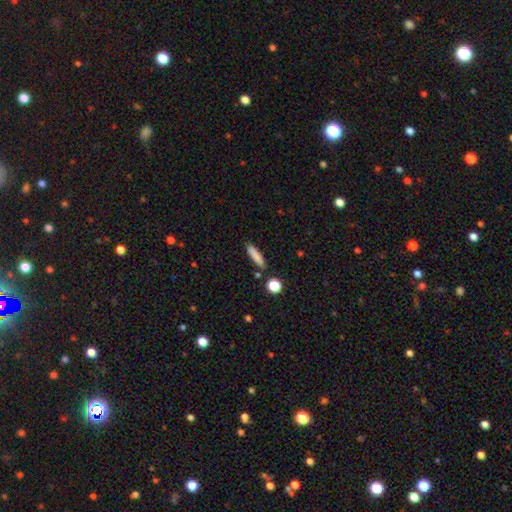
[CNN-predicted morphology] type=smooth (83%); roundness=cigar-shaped (77%); merging=none (84%).